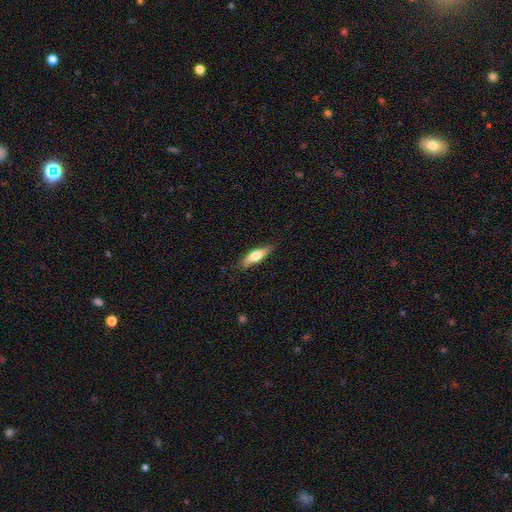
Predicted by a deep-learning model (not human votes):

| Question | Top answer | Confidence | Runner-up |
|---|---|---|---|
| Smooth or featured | smooth | 59% | featured or disk (35%) |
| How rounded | cigar-shaped | 52% | in between (45%) |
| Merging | none | 80% | minor disturbance (16%) |